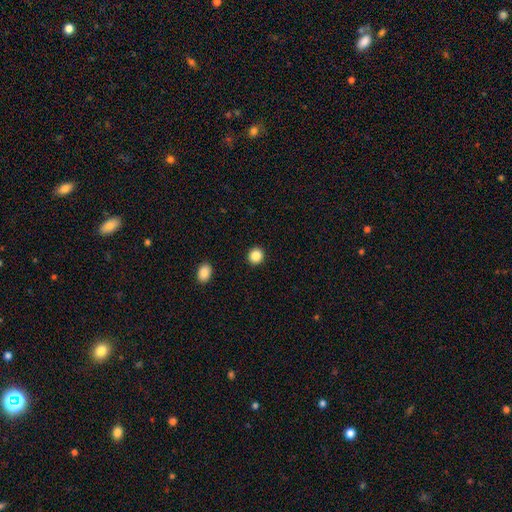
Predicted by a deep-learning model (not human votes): This is clearly a smooth galaxy (87%). How rounded: clearly round (88%). Merging: clearly none (92%).